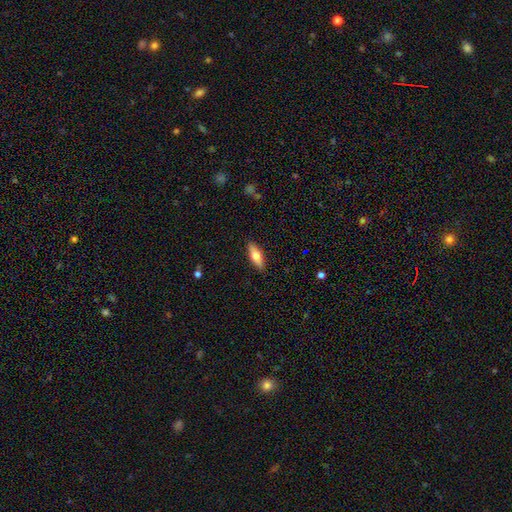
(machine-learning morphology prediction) Smooth or featured? smooth (70%)
How rounded? in between (62%)
Merging? none (88%)